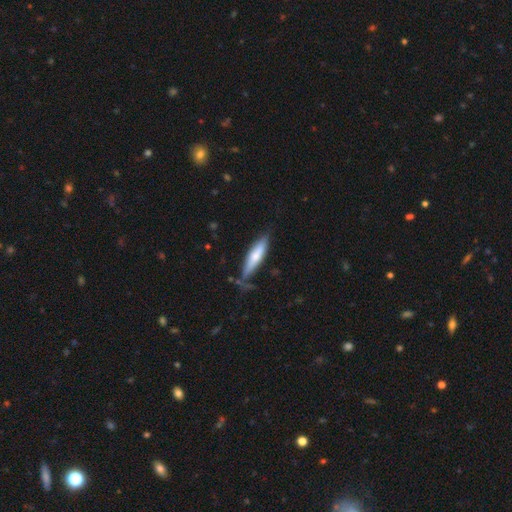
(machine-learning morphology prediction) This appears to be a smooth galaxy with no disk features (65%) that is cigar-shaped (72%). Merging: none (65%).